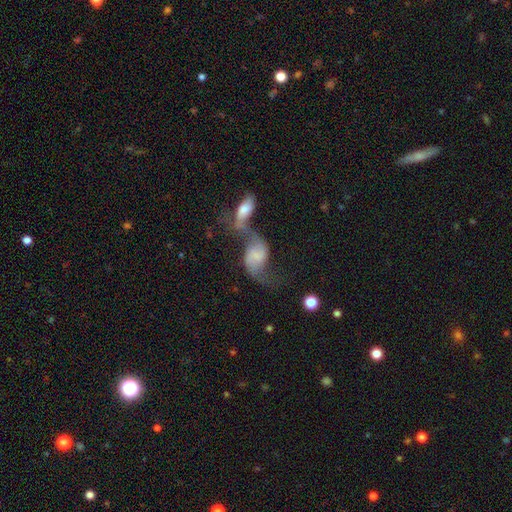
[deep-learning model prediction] smooth-or-featured: featured or disk: 70% | smooth: 22% | star or artifact: 8%
  disk-edge-on: no: 96% | yes: 4%
    bar: no: 48% | weak: 39% | strong: 13%
    has-spiral-arms: yes: 89% | no: 11%
      spiral-winding: loose: 79% | medium: 17% | tight: 5%
      spiral-arm-count: 2: 89% | can't tell: 4% | 1: 4% | 3: 1% | 4: 1% | more than 4: 1%
    bulge-size: none: 35% | small: 34% | moderate: 22% | large: 7% | dominant: 3%
  merging: merger: 65% | none: 17% | major disturbance: 10% | minor disturbance: 8%